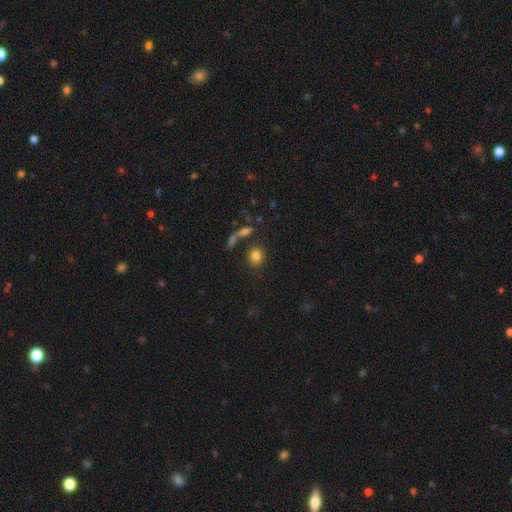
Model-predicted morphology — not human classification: smooth_or_featured: smooth (p=0.82) [alt: star or artifact p=0.10]
how_rounded: round (p=0.64) [alt: in between p=0.35]
merging: none (p=0.74) [alt: merger p=0.11]